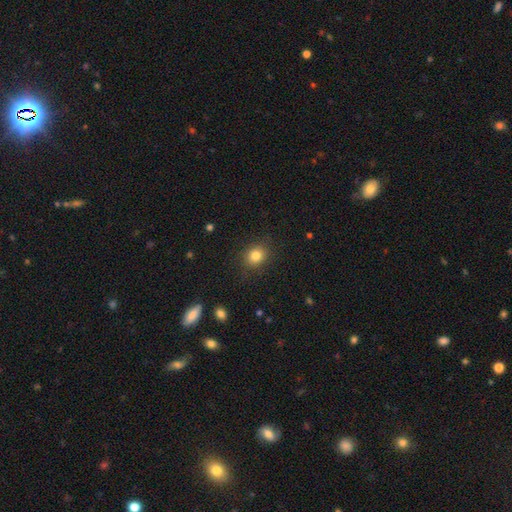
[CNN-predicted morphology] type=smooth (82%); roundness=round (66%); merging=none (86%).